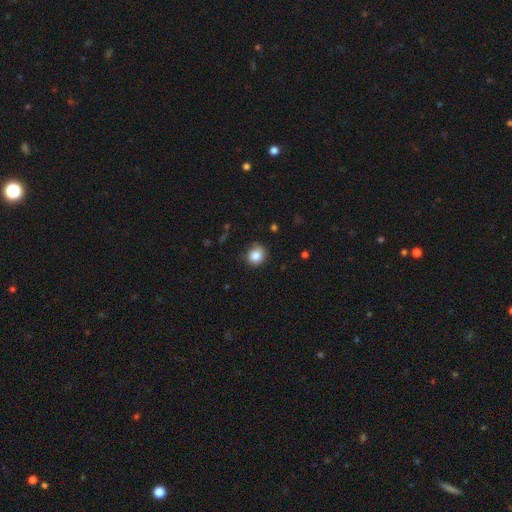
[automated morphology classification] Smooth or featured? smooth (85%)
How rounded? round (88%)
Merging? none (80%)